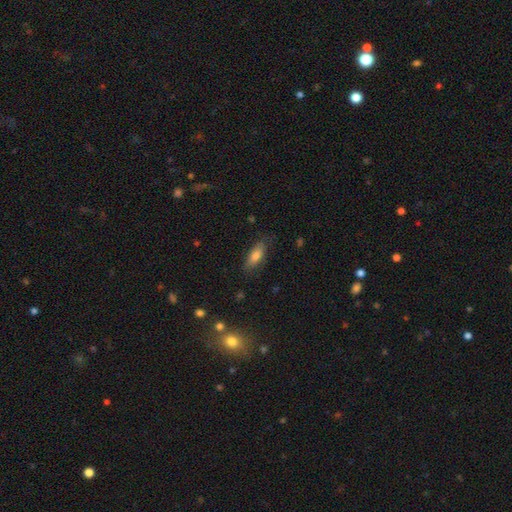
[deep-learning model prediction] A smooth galaxy with no disk features (76%) that is in between round and cigar-shaped (75%).

Vote fractions:
- Smooth or featured? smooth: 76% / featured or disk: 16% / star or artifact: 8%
- How rounded? in between: 75% / cigar-shaped: 22% / round: 3%
- Merging? none: 76% / minor disturbance: 18% / major disturbance: 5% / merger: 1%